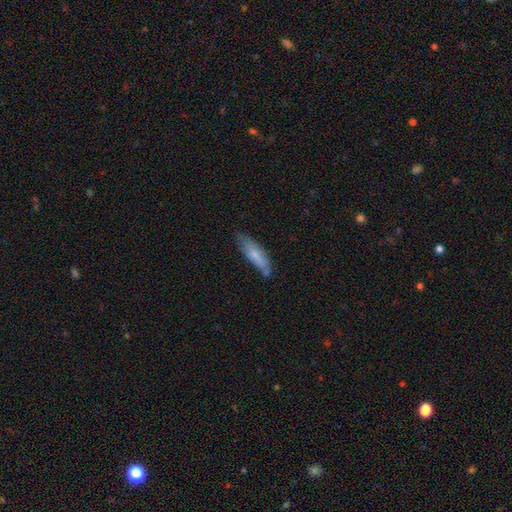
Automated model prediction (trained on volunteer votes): smooth 66%, featured or disk 27%, star or artifact 6%. Down the decision tree: how rounded — cigar-shaped (62%); merging — none (60%).